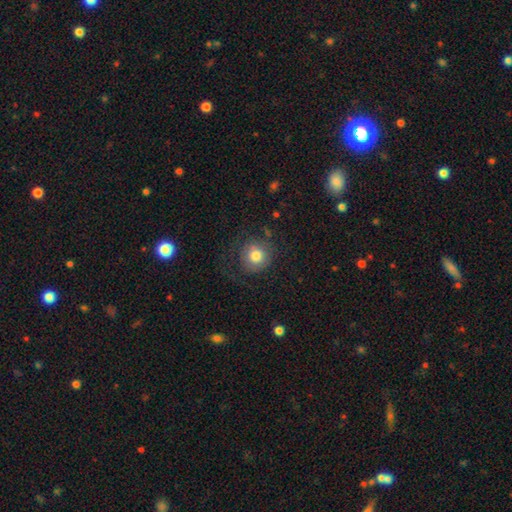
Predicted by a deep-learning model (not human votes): A smooth galaxy with no disk features (76%) that is round (90%).

Vote fractions:
- Smooth or featured? smooth: 76% / featured or disk: 15% / star or artifact: 9%
- How rounded? round: 90% / in between: 9% / cigar-shaped: 1%
- Merging? none: 68% / minor disturbance: 16% / major disturbance: 15% / merger: 2%